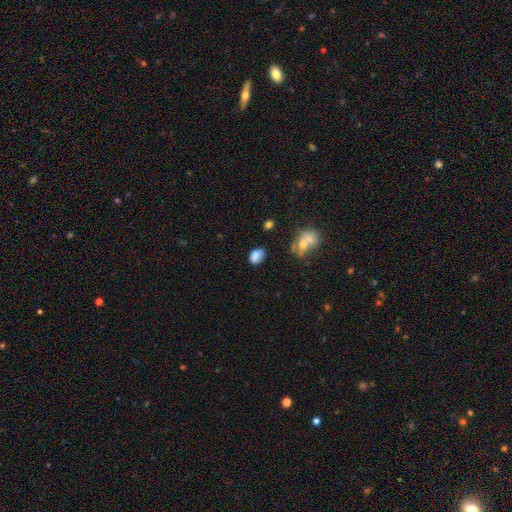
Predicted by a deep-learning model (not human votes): Overall: smooth (80%). How rounded: in between (81%). Merging: none (63%; minor disturbance 24%).